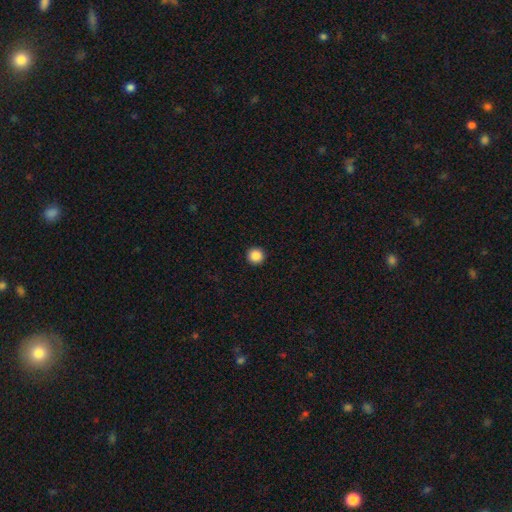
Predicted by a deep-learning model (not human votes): The model was most divided on "smooth or featured": smooth: 87%, star or artifact: 10%, featured or disk: 3%. More confident: how rounded — round (96%); merging — none (94%).